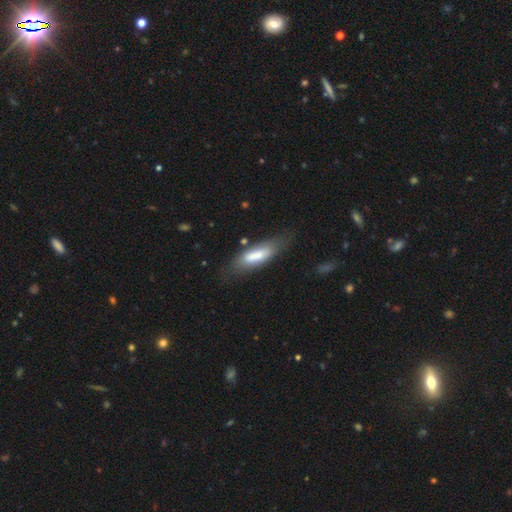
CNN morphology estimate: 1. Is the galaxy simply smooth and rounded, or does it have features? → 72% smooth, 22% featured or disk, 7% star or artifact.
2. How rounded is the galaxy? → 53% in between, 45% cigar-shaped, 2% round.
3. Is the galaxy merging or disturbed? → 62% none, 23% minor disturbance, 11% major disturbance, 4% merger.